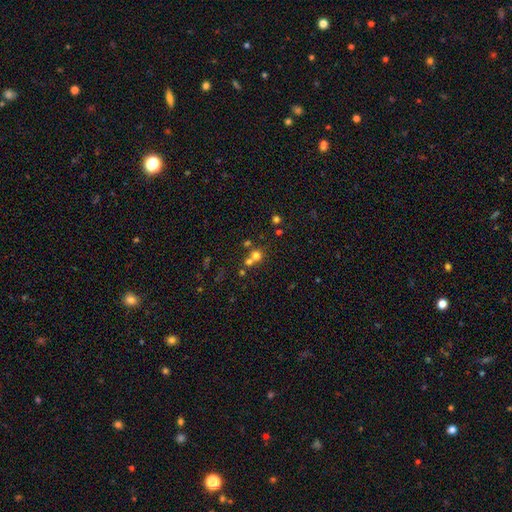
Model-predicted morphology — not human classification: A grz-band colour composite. It shows a smooth galaxy with no disk features (67%) that is round (87%). Merging: none (47%).